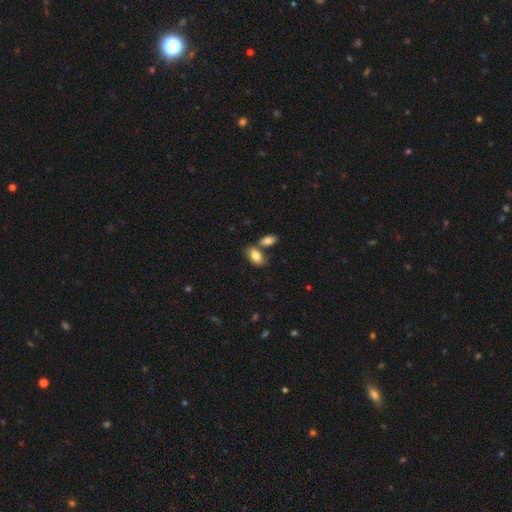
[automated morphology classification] Smooth or featured? smooth (83%)
How rounded? in between (93%)
Merging? none (59%)